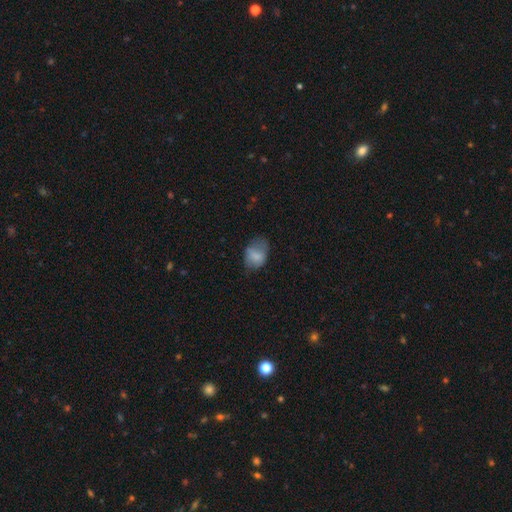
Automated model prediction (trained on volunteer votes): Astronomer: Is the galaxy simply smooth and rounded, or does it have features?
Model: smooth — 75%.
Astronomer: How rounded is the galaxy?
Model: in between — 75%.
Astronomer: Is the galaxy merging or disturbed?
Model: none — 49% (runner-up: minor disturbance, 32%).